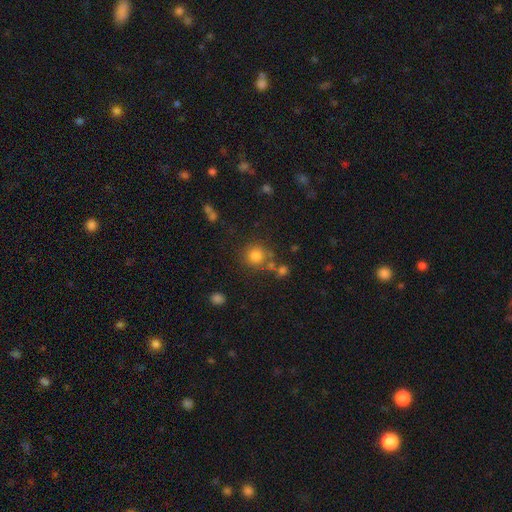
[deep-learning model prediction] Smooth or featured?
  - smooth: 80% *
  - star or artifact: 13%
  - featured or disk: 7%
How rounded?
  - round: 91% *
  - in between: 8%
  - cigar-shaped: 1%
Merging?
  - none: 72% *
  - merger: 11%
  - minor disturbance: 11%
  - major disturbance: 5%